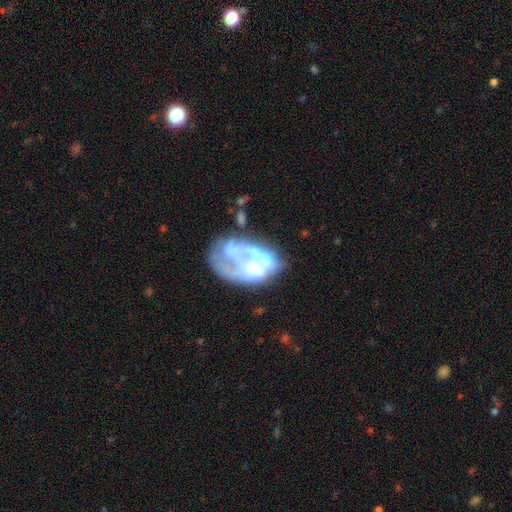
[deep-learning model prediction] Smooth or featured: featured or disk — 67% (smooth — 22%)
Edge-on disk: no — 98% (yes — 2%)
Bar: no — 85% (weak — 11%)
Spiral arms: no — 81% (yes — 19%)
Bulge size: none — 48% (moderate — 26%)
Merging: merger — 29% (tied with major disturbance — 29%)